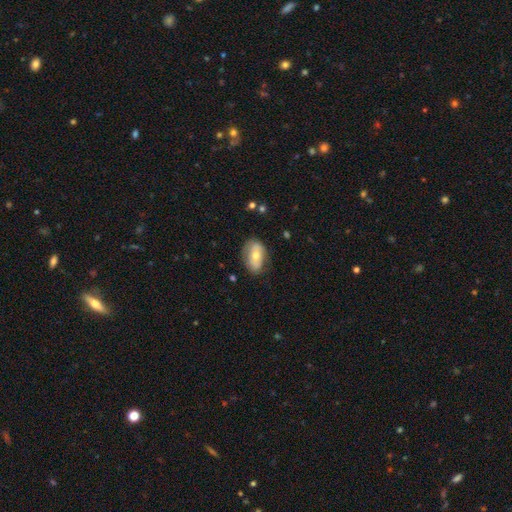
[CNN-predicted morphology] This appears to be a smooth galaxy with no disk features (55%) that is in between round and cigar-shaped (87%). Merging: none (71%).